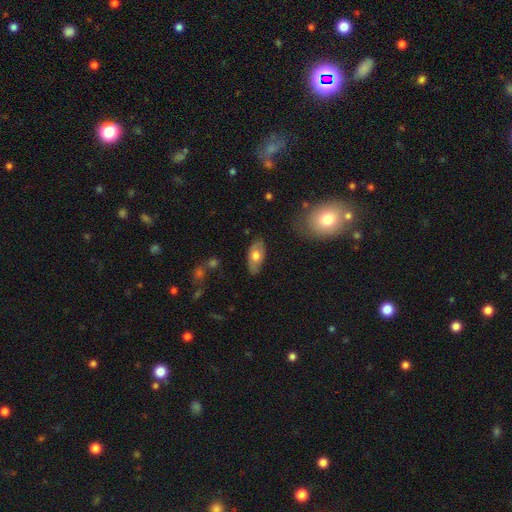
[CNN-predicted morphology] Smooth or featured? Predicted: smooth (p=0.62). How rounded? Predicted: in between (p=0.91). Merging? Predicted: none (p=0.78).